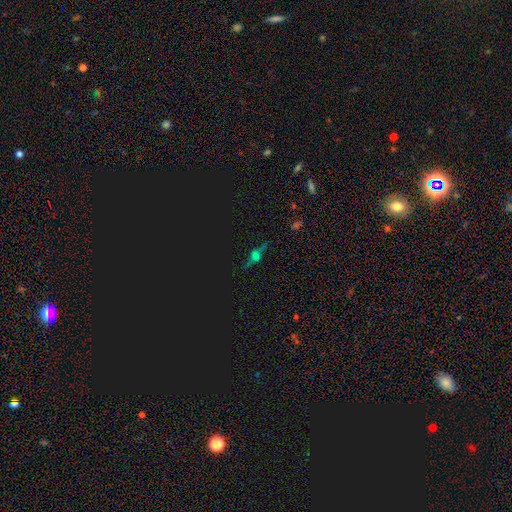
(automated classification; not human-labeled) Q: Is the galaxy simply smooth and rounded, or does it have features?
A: featured or disk — 41%.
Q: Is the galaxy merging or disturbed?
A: none — 80%.